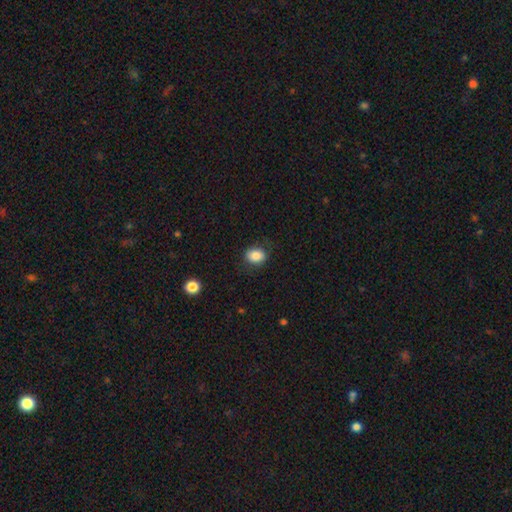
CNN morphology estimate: The model was most divided on "how rounded": in between: 57%, round: 42%, cigar-shaped: 1%. More confident: smooth or featured — smooth (84%); merging — none (80%).